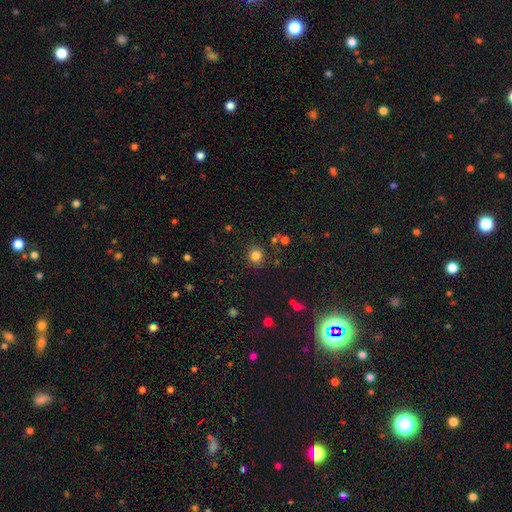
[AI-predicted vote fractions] Q: Smooth or featured?
A: smooth (82%); runner-up: star or artifact (13%)
Q: How rounded?
A: round (88%); runner-up: in between (11%)
Q: Merging?
A: none (87%); runner-up: minor disturbance (8%)